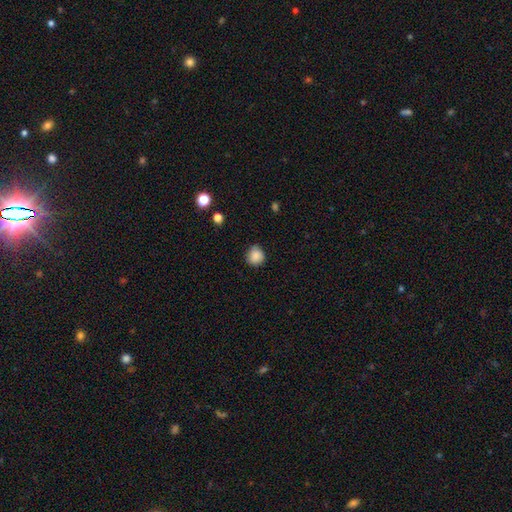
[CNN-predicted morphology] type=smooth (87%); roundness=round (89%); merging=none (79%).